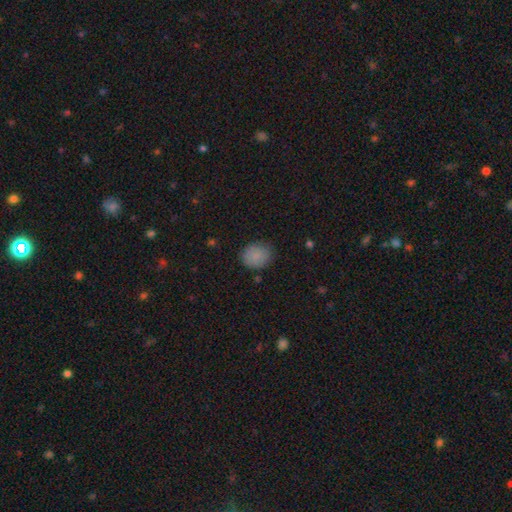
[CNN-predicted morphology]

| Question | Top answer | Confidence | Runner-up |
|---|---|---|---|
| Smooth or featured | smooth | 86% | star or artifact (8%) |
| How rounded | round | 68% | in between (31%) |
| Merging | none | 78% | minor disturbance (17%) |